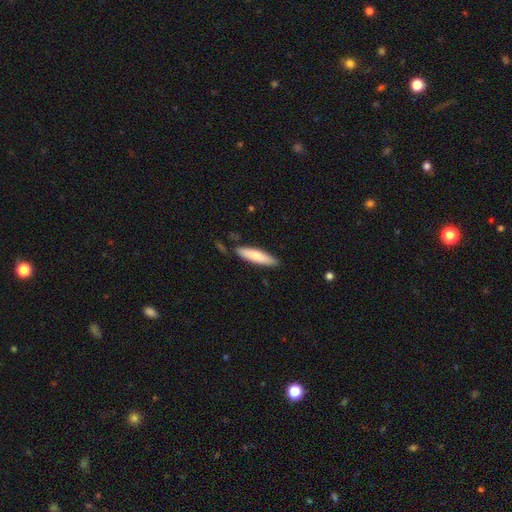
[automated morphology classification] Q: Smooth or featured?
A: smooth (74%); runner-up: featured or disk (20%)
Q: How rounded?
A: cigar-shaped (75%); runner-up: in between (24%)
Q: Merging?
A: none (84%); runner-up: minor disturbance (11%)